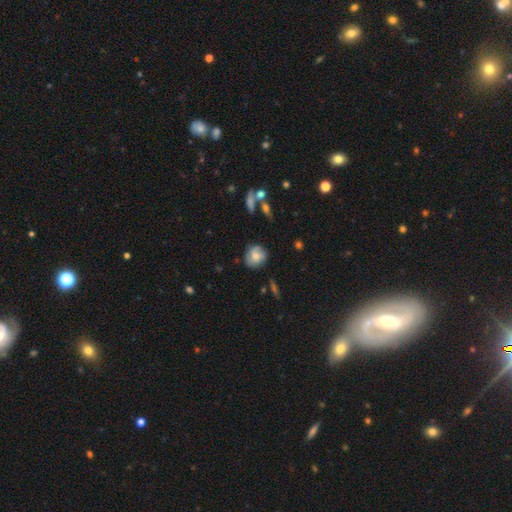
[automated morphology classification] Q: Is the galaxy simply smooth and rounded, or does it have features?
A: smooth — 58%.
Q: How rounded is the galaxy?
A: round — 76%.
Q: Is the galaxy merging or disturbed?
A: none — 73%.